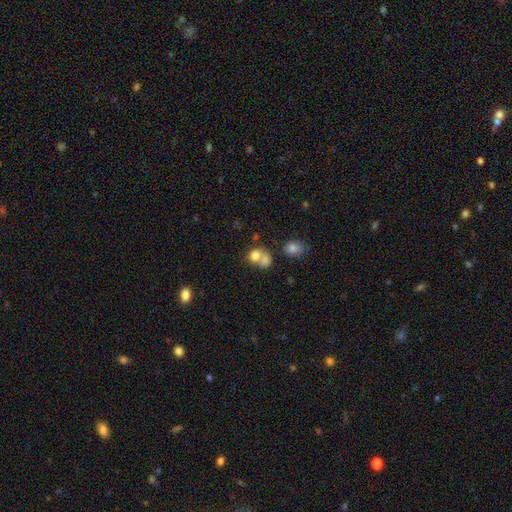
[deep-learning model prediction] Smooth or featured? smooth (76%)
How rounded? round (59%)
Merging? merger (56%)